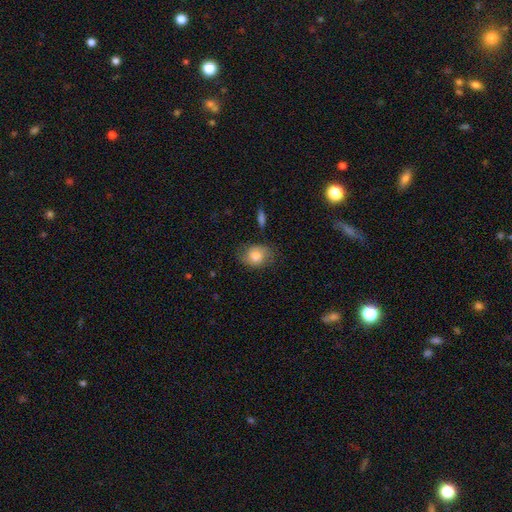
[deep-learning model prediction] The model was most divided on "how rounded": in between: 57%, round: 42%, cigar-shaped: 1%. More confident: smooth or featured — smooth (67%); merging — none (66%).